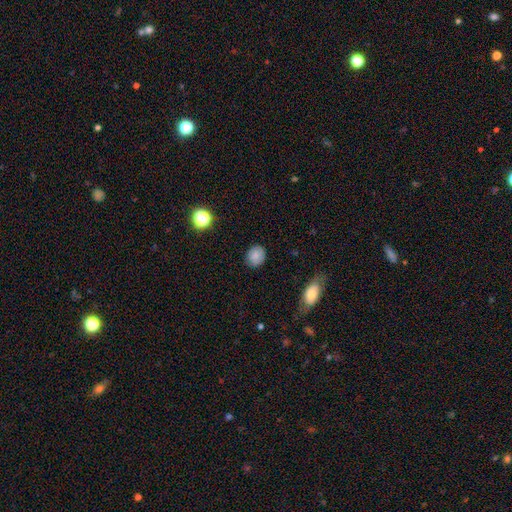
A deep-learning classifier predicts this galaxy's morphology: A smooth galaxy with no disk features (82%) that is round (74%).

Vote fractions:
- Smooth or featured? smooth: 82% / star or artifact: 10% / featured or disk: 8%
- How rounded? round: 74% / in between: 25% / cigar-shaped: 1%
- Merging? none: 84% / minor disturbance: 12% / major disturbance: 3% / merger: 1%